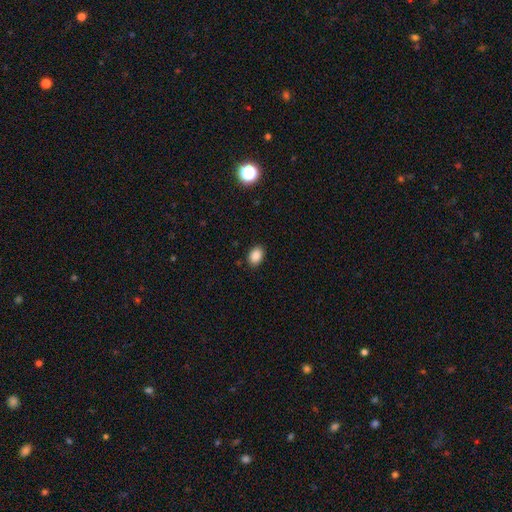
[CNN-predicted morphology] Smooth or featured: smooth — 88% (star or artifact — 9%)
How rounded: in between — 76% (round — 23%)
Merging: none — 88% (minor disturbance — 9%)